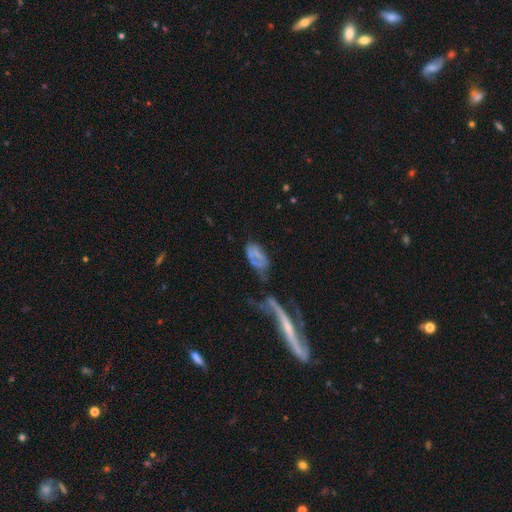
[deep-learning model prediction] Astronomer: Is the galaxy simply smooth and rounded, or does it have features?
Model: featured or disk — 47% (runner-up: smooth, 39%).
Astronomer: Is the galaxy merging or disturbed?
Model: major disturbance — 33% (runner-up: none, 25%).